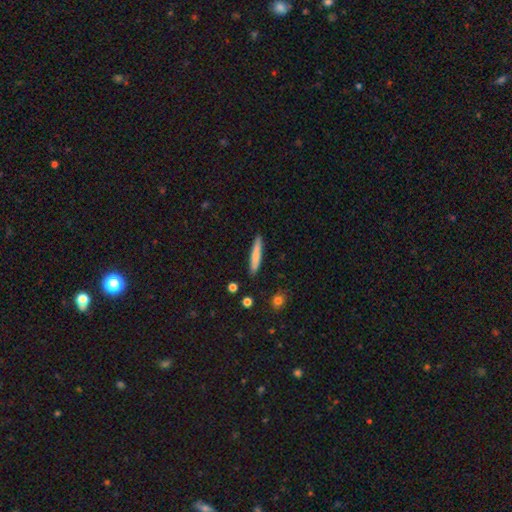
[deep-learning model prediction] A smooth galaxy with no disk features (76%) that is cigar-shaped (92%). Merging: none (89%).